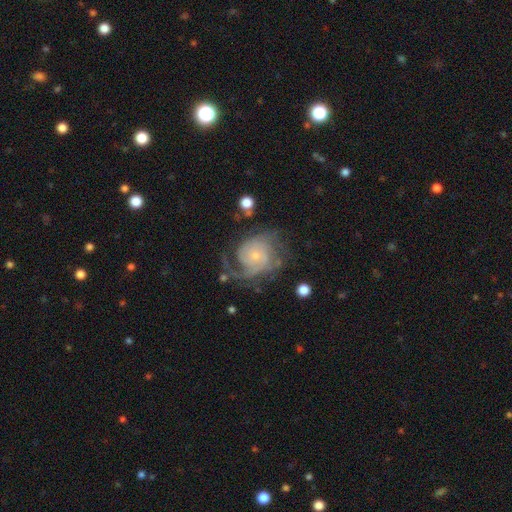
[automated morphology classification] featured or disk 83%, smooth 11%, star or artifact 6%. Down the decision tree: edge-on disk — no (98%); bar — no (76%); spiral arms — yes (94%); spiral arm count — 2 (30%); spiral winding — tight (43%); bulge size — small (75%); merging — none (53%).